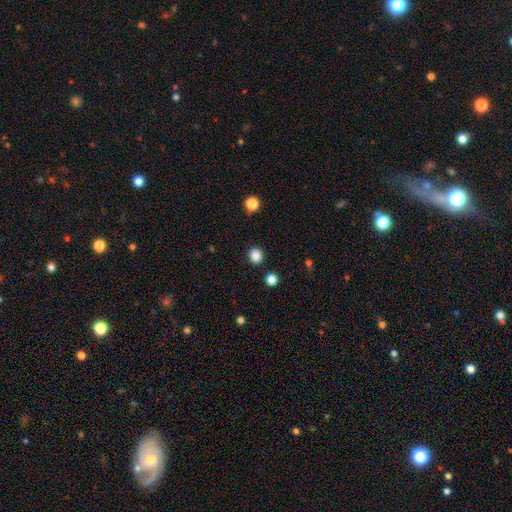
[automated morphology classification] A smooth galaxy with no disk features (86%) that is round (78%). Merging: none (90%).